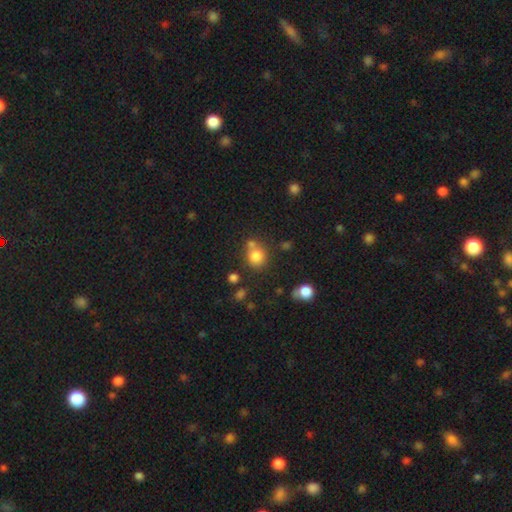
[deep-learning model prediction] Overall: smooth (80%). How rounded: round (82%). Merging: none (57%; merger 26%).